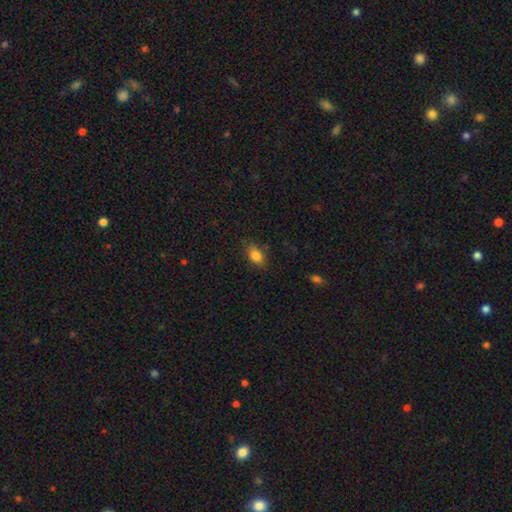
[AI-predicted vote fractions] Smooth or featured? smooth (82%)
How rounded? in between (80%)
Merging? none (77%)